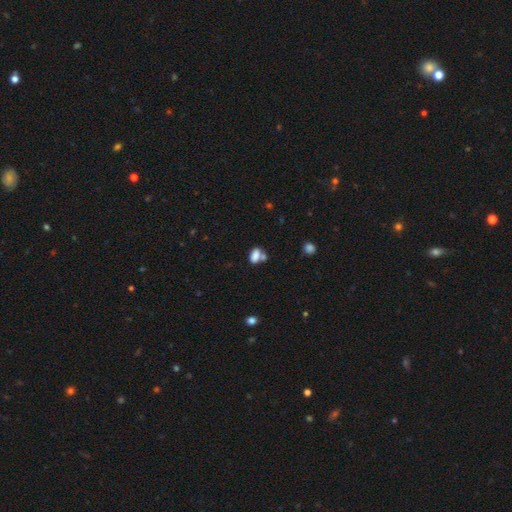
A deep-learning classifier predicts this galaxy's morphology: Smooth or featured: smooth — 80% (star or artifact — 10%)
How rounded: in between — 84% (round — 13%)
Merging: none — 42% (merger — 38%)